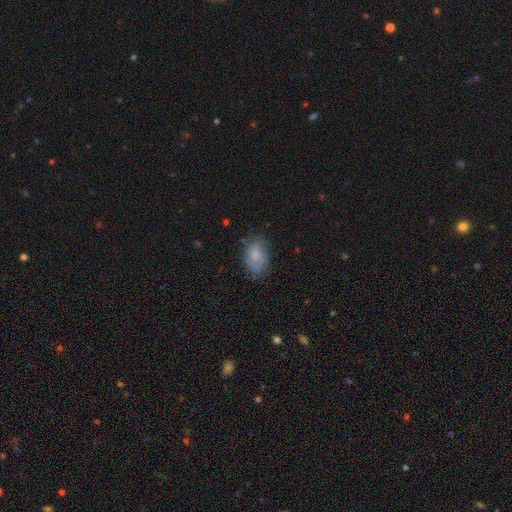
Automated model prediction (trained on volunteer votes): A smooth galaxy with no disk features (72%) that is in between round and cigar-shaped (87%). Merging: none (68%).